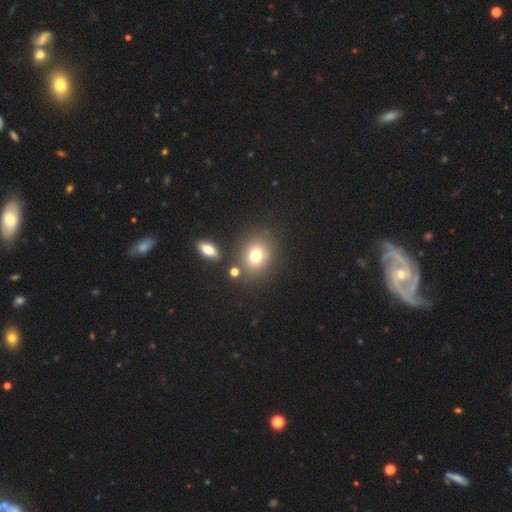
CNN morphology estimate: A smooth galaxy with no disk features (75%) that is round (56%). Merging: none (75%).